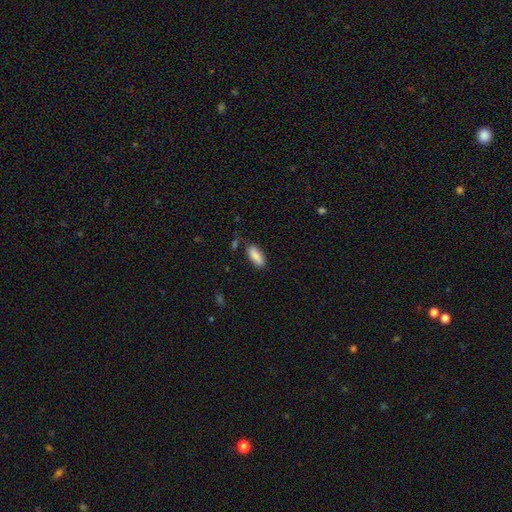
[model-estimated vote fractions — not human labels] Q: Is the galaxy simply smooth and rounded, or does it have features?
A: smooth — 88%.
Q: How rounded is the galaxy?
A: in between — 80%.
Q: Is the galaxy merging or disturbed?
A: none — 78%.